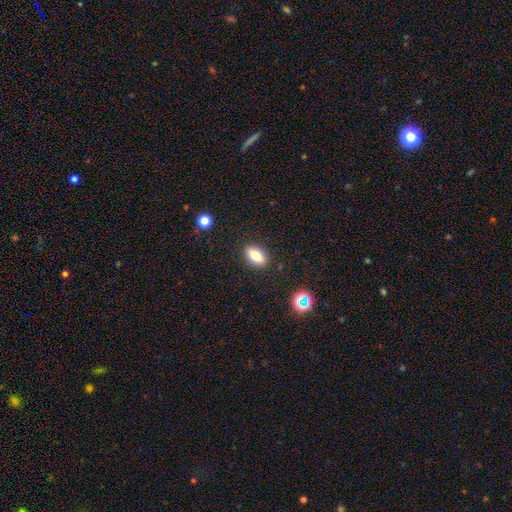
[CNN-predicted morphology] Smooth or featured?
  - smooth: 79% *
  - featured or disk: 11%
  - star or artifact: 9%
How rounded?
  - in between: 88% *
  - round: 7%
  - cigar-shaped: 5%
Merging?
  - none: 88% *
  - minor disturbance: 9%
  - major disturbance: 2%
  - merger: 2%